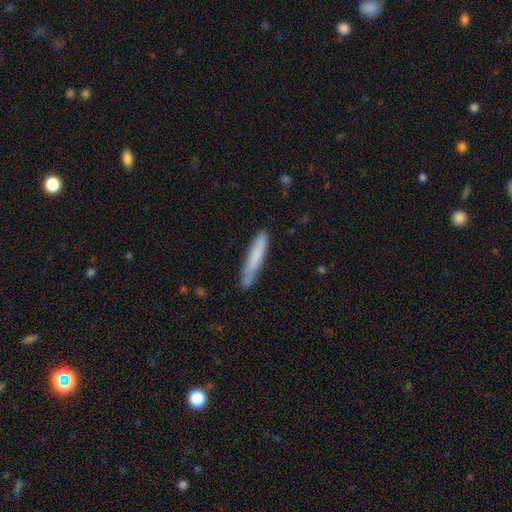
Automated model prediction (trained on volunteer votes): smooth_or_featured: smooth (p=0.76) [alt: featured or disk p=0.18]
how_rounded: cigar-shaped (p=0.93) [alt: in between p=0.06]
merging: none (p=0.78) [alt: minor disturbance p=0.16]